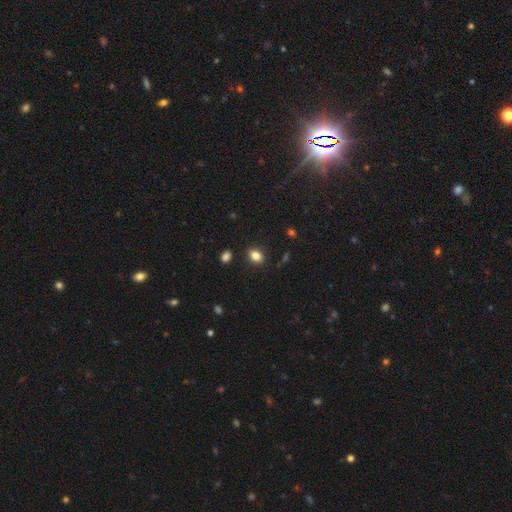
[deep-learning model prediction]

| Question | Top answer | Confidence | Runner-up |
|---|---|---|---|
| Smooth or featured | smooth | 84% | star or artifact (11%) |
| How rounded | in between | 68% | round (30%) |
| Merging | none | 87% | minor disturbance (9%) |